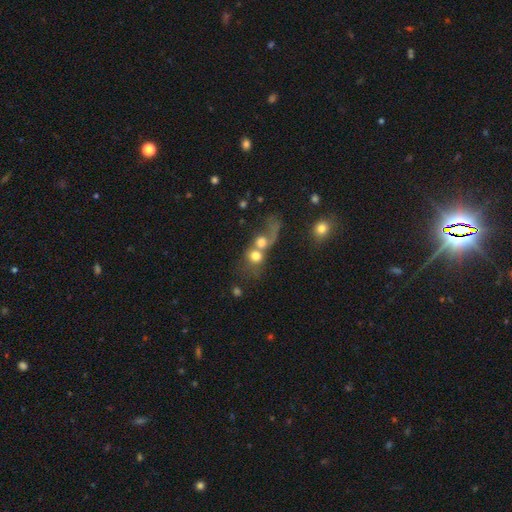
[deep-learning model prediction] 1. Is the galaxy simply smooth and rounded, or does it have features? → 63% smooth, 25% featured or disk, 12% star or artifact.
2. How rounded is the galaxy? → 69% round, 29% in between, 2% cigar-shaped.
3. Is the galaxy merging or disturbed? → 68% merger, 14% major disturbance, 13% none, 5% minor disturbance.